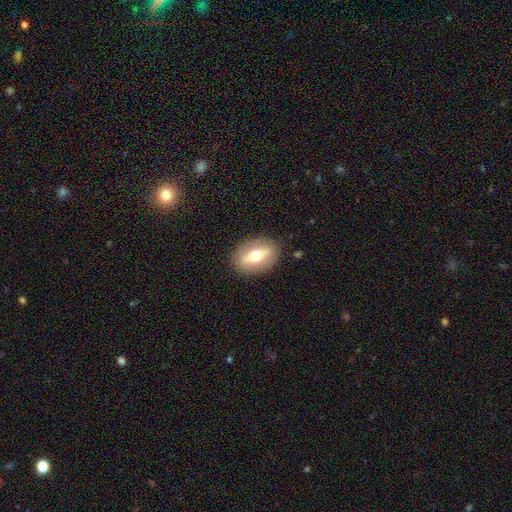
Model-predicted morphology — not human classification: The model was most divided on "smooth or featured": smooth: 47%, featured or disk: 45%, star or artifact: 7%. More confident: merging — none (86%).